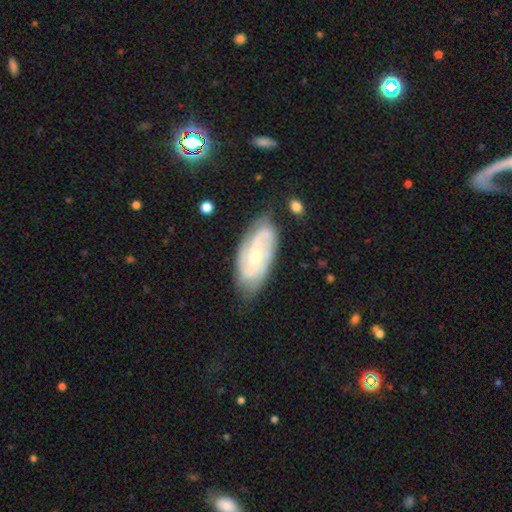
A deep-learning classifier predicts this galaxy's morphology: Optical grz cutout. It shows a featured or disk galaxy (79%) with no bar (54%), 2 (48%) tight (49%) spiral arms (93%) and a small central bulge (56%). Merging: none (72%).